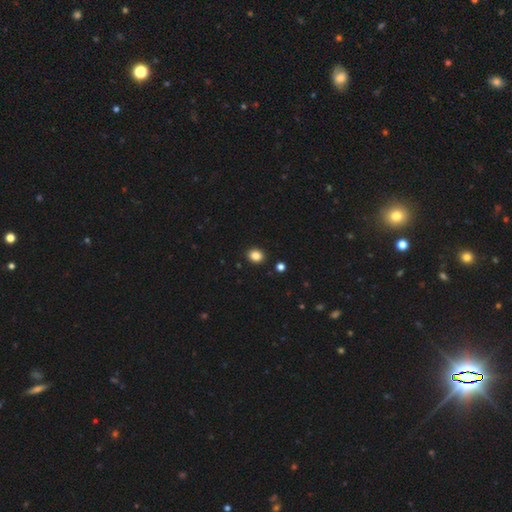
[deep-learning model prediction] This appears to be a smooth galaxy with no disk features (86%) that is round (60%). Merging: none (91%).